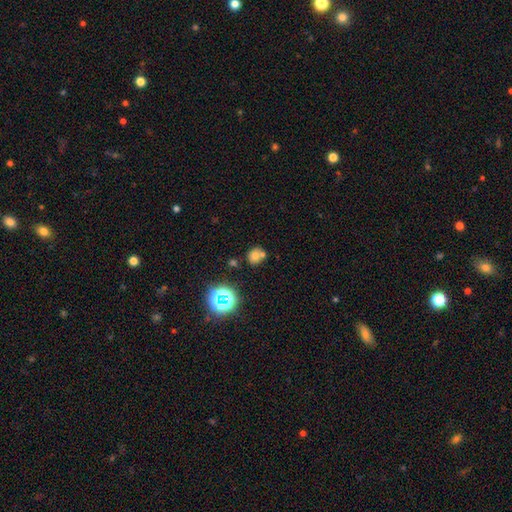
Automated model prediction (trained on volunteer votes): The model was most divided on "merging": none: 51%, merger: 35%, minor disturbance: 10%, major disturbance: 4%. More confident: how rounded — round (78%); smooth or featured — smooth (64%).